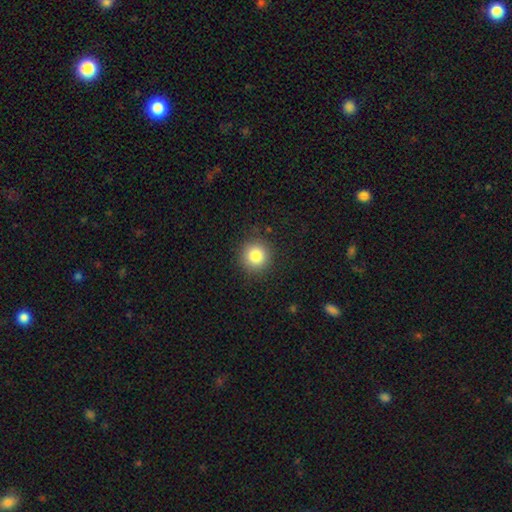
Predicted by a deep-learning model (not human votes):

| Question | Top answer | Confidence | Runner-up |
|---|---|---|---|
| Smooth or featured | smooth | 84% | star or artifact (10%) |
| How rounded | round | 94% | in between (5%) |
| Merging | none | 89% | minor disturbance (7%) |